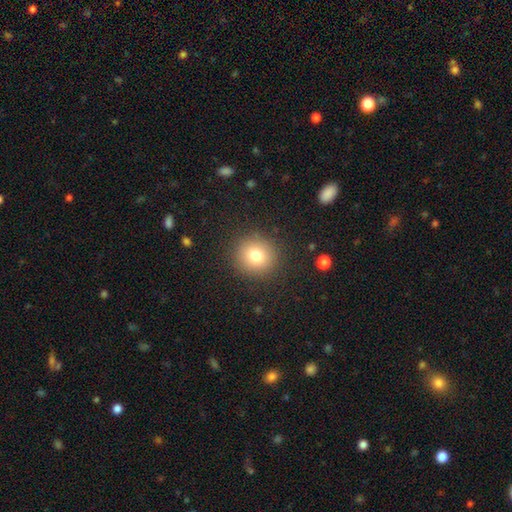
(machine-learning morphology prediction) This is likely a smooth galaxy (78%). How rounded: clearly round (92%). Merging: clearly none (89%).